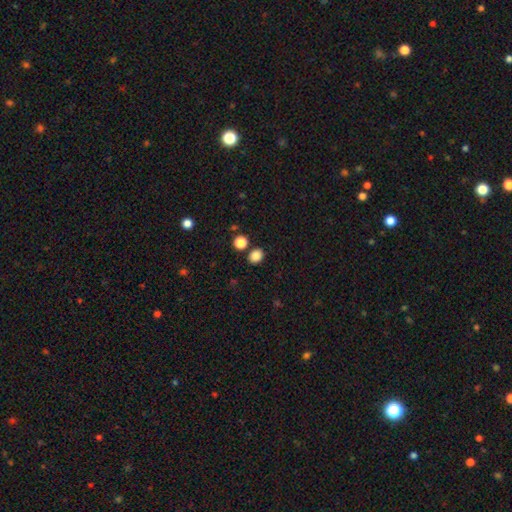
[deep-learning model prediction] The model was most divided on "how rounded": round: 63%, in between: 36%, cigar-shaped: 1%. More confident: smooth or featured — smooth (85%); merging — none (82%).